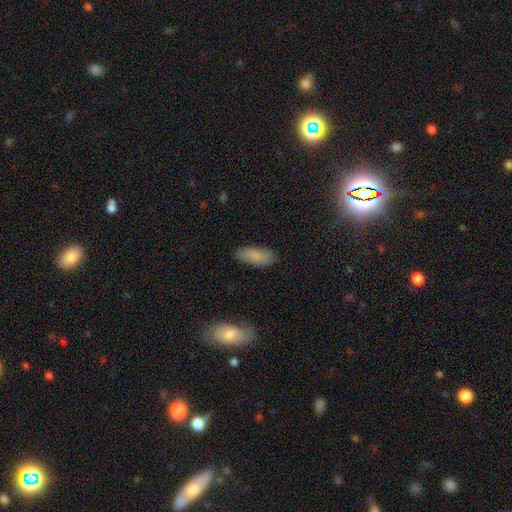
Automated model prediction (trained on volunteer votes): A smooth galaxy with no disk features (85%) that is in between round and cigar-shaped (80%).

Vote fractions:
- Smooth or featured? smooth: 85% / featured or disk: 8% / star or artifact: 7%
- How rounded? in between: 80% / cigar-shaped: 18% / round: 2%
- Merging? none: 84% / minor disturbance: 12% / major disturbance: 3% / merger: 1%